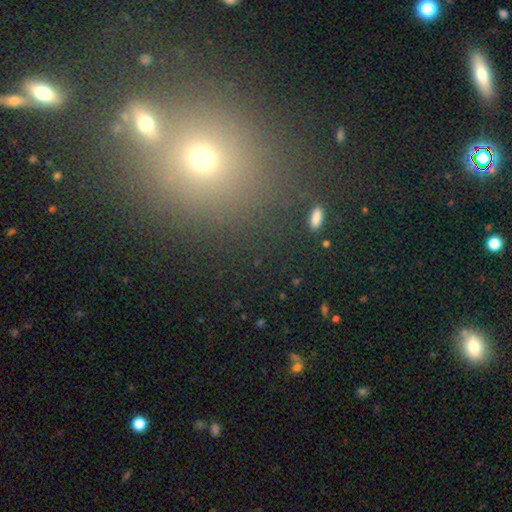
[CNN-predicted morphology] Smooth or featured: smooth — 47% (star or artifact — 41%)
Merging: none — 67% (merger — 20%)